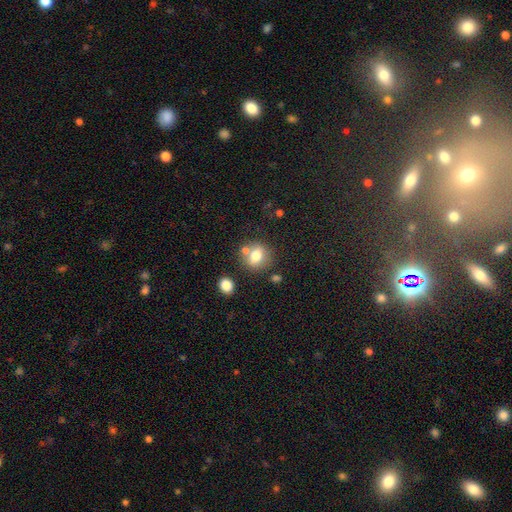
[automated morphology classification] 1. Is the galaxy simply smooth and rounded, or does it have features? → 73% smooth, 16% featured or disk, 11% star or artifact.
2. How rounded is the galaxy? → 74% round, 25% in between, 1% cigar-shaped.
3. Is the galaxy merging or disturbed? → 64% none, 19% merger, 12% minor disturbance, 4% major disturbance.